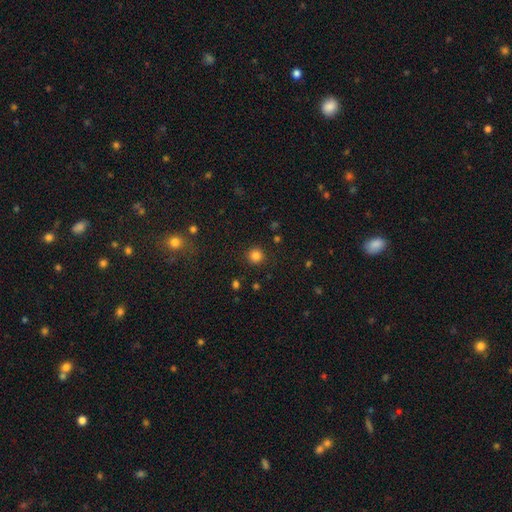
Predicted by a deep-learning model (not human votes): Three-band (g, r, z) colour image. It shows a smooth galaxy with no disk features (83%) that is round (94%). Merging: none (90%).